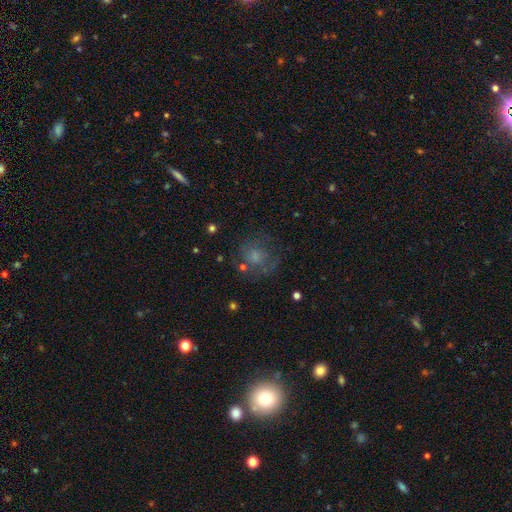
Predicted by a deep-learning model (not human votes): Smooth or featured: smooth — 53% (featured or disk — 31%)
How rounded: round — 81% (in between — 18%)
Merging: none — 62% (minor disturbance — 18%)